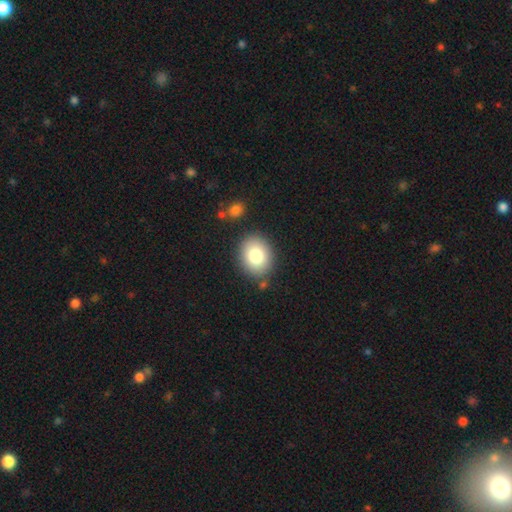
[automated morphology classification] smooth 80%, featured or disk 11%, star or artifact 9%. Down the decision tree: how rounded — round (56%); merging — none (84%).